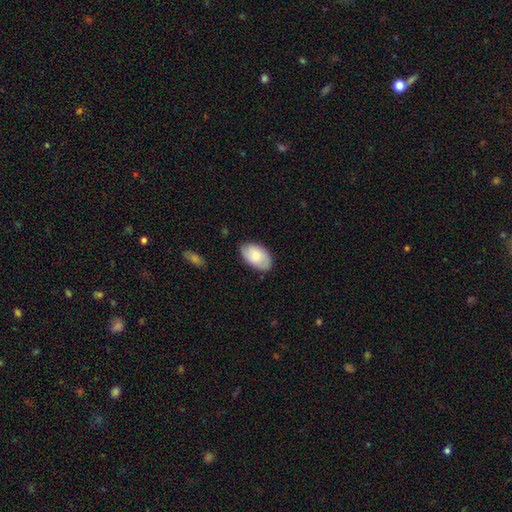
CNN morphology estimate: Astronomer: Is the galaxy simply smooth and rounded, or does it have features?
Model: smooth — 75%.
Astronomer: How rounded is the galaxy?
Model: in between — 93%.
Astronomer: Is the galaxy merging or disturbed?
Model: none — 80%.